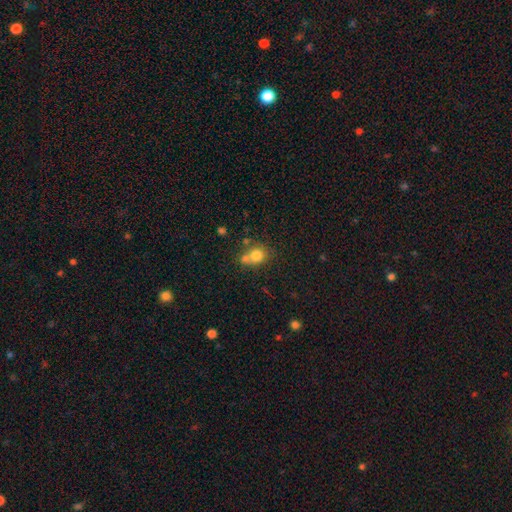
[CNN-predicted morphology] Overall: smooth (76%). How rounded: round (73%). Merging: none (45%; merger 40%).